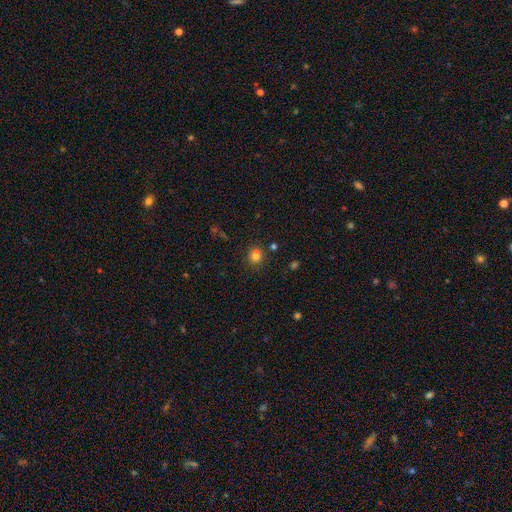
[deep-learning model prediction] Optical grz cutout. It shows a smooth galaxy with no disk features (77%) that is round (77%). Merging: none (75%).